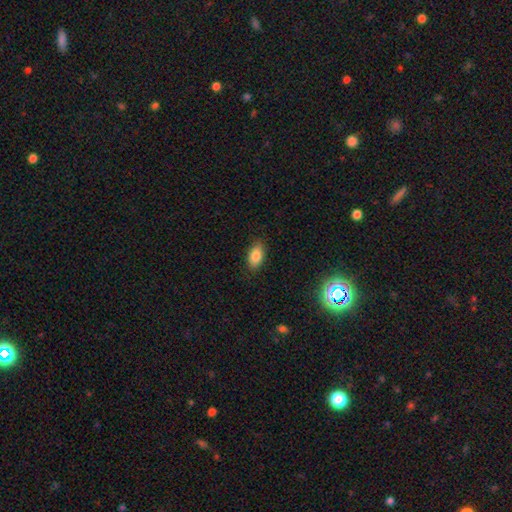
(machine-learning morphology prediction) Smooth or featured? Predicted: smooth (p=0.84). How rounded? Predicted: in between (p=0.91). Merging? Predicted: none (p=0.85).